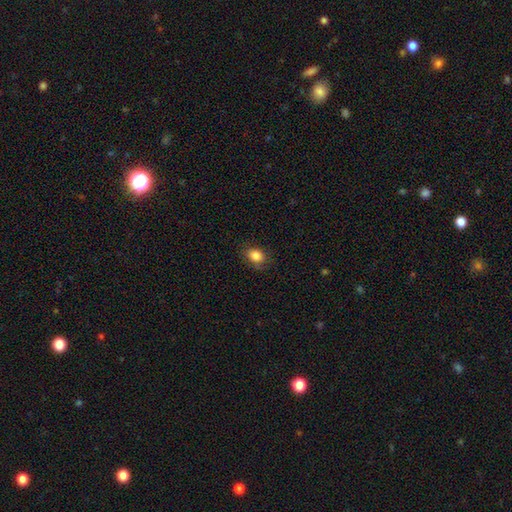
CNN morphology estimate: smooth_or_featured: smooth (p=0.84) [alt: star or artifact p=0.09]
how_rounded: in between (p=0.61) [alt: round p=0.38]
merging: none (p=0.76) [alt: minor disturbance p=0.18]